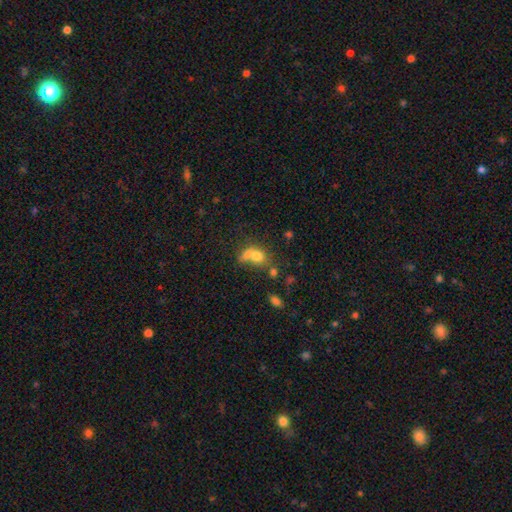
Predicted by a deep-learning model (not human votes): Morphology: type=smooth (71%); roundness=round (57%); merging=merger (53%).